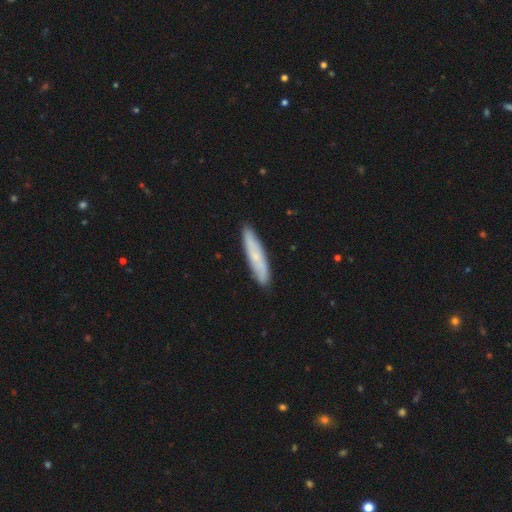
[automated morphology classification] Smooth or featured? Predicted: smooth (p=0.57). How rounded? Predicted: cigar-shaped (p=0.86). Merging? Predicted: none (p=0.88).